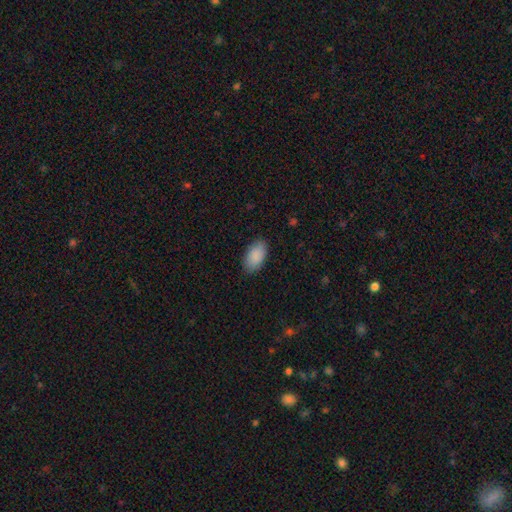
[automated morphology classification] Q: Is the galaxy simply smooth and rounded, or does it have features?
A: smooth — 90%.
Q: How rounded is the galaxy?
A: in between — 95%.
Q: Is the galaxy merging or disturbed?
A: none — 86%.